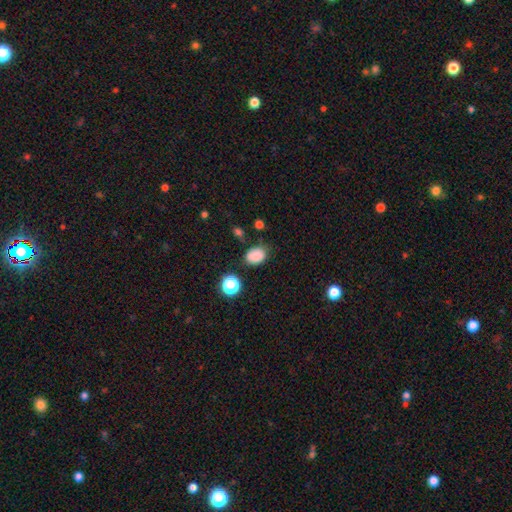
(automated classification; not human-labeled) smooth-or-featured: smooth: 84% | star or artifact: 11% | featured or disk: 5%
  how-rounded: in between: 67% | round: 32% | cigar-shaped: 1%
  merging: none: 72% | minor disturbance: 20% | major disturbance: 5% | merger: 4%